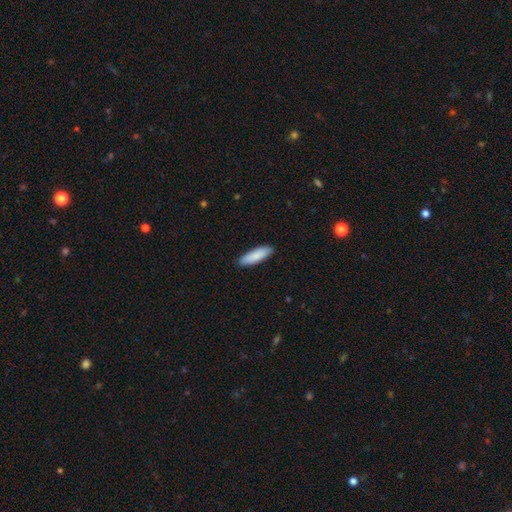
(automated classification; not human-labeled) A smooth galaxy with no disk features (87%) that is cigar-shaped (50%).

Vote fractions:
- Smooth or featured? smooth: 87% / featured or disk: 8% / star or artifact: 5%
- How rounded? cigar-shaped: 50% / in between: 49% / round: 2%
- Merging? none: 89% / minor disturbance: 9% / major disturbance: 2% / merger: 1%